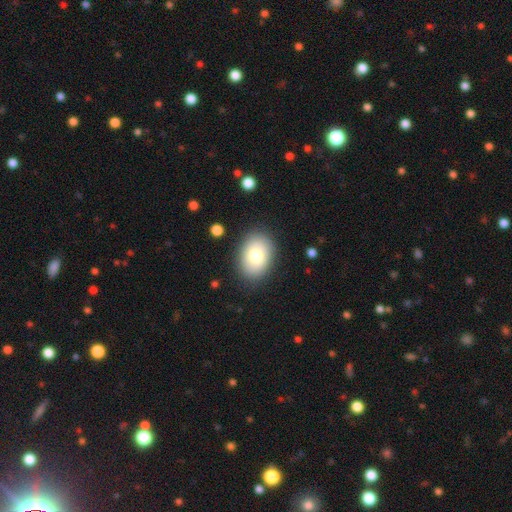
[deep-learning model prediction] Smooth or featured? smooth (76%)
How rounded? in between (77%)
Merging? none (85%)